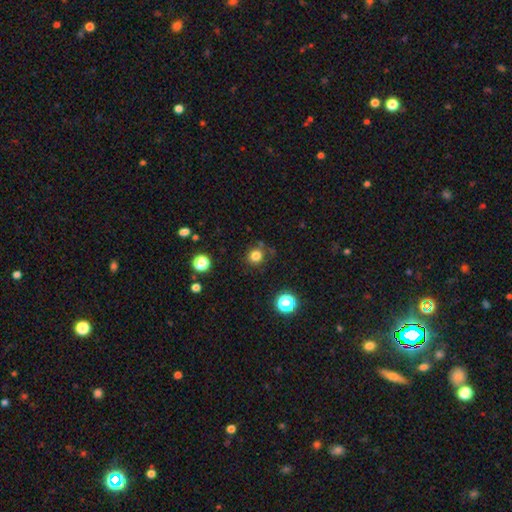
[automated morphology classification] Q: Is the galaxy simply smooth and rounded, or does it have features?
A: smooth — 80%.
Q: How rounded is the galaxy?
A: round — 88%.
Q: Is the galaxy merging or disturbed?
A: none — 80%.